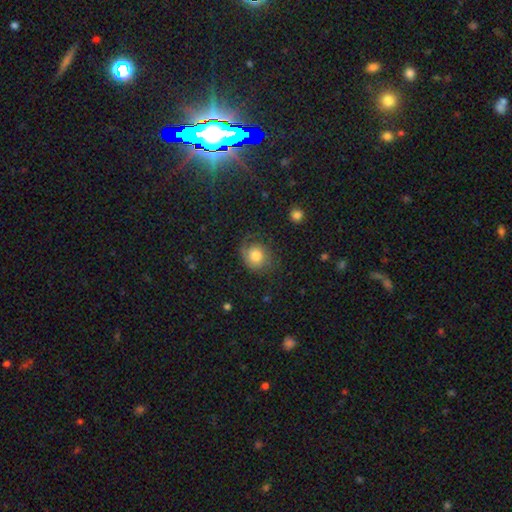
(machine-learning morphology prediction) A smooth galaxy with no disk features (51%) that is round (73%). Merging: none (61%).